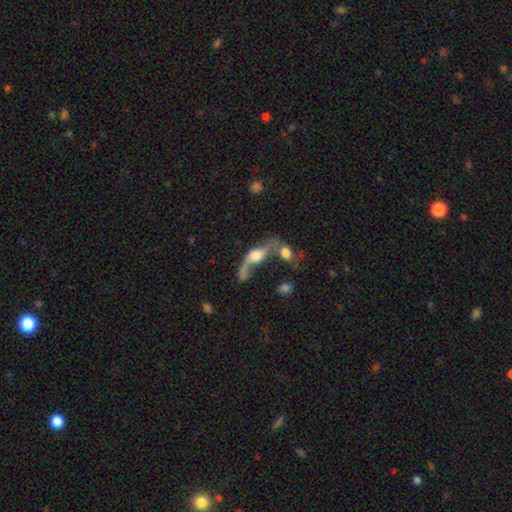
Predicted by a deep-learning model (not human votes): A featured or disk galaxy (59%). Merging: merger (58%).